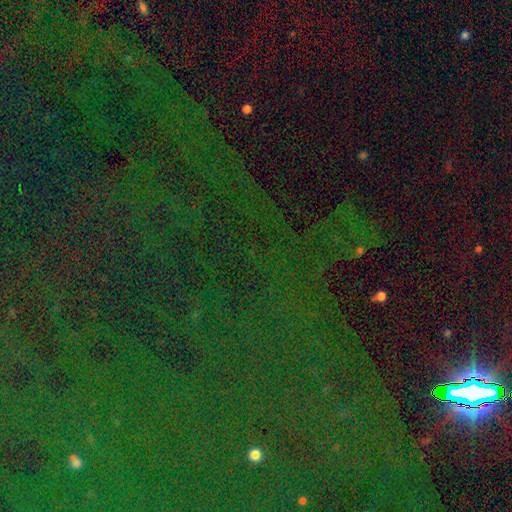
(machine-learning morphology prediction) smooth-or-featured: star or artifact: 84% | smooth: 9% | featured or disk: 8%